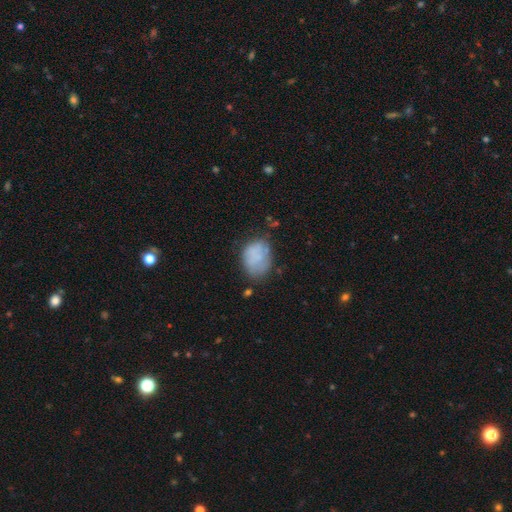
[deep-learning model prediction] Overall: smooth (67%). How rounded: in between (62%; round 37%). Merging: none (52%; minor disturbance 29%).